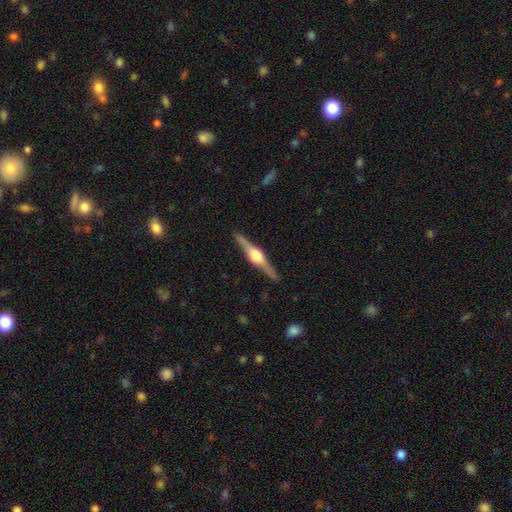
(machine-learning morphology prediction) Overall: featured or disk (85%). Edge-on disk: yes (98%). Edge-on bulge: rounded (93%). Merging: none (91%).